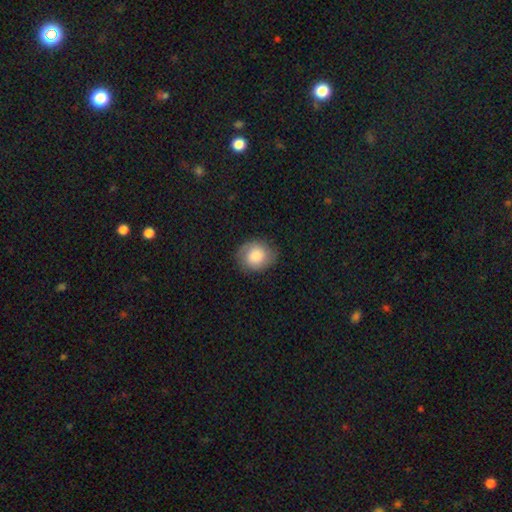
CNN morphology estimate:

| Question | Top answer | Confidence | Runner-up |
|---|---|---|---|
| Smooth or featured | smooth | 74% | featured or disk (19%) |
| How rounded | round | 69% | in between (30%) |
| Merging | none | 80% | minor disturbance (15%) |